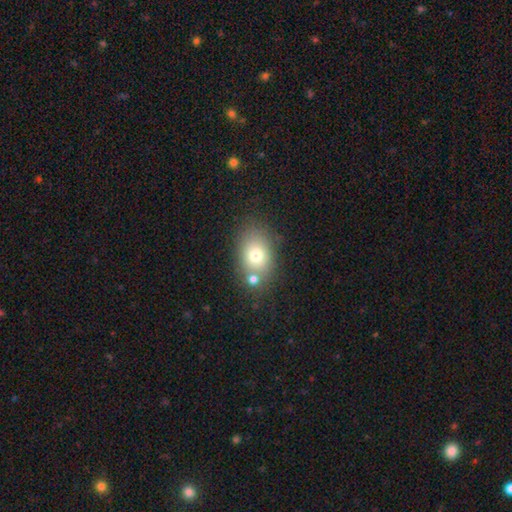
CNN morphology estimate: Overall: smooth (74%). How rounded: in between (75%). Merging: none (64%).